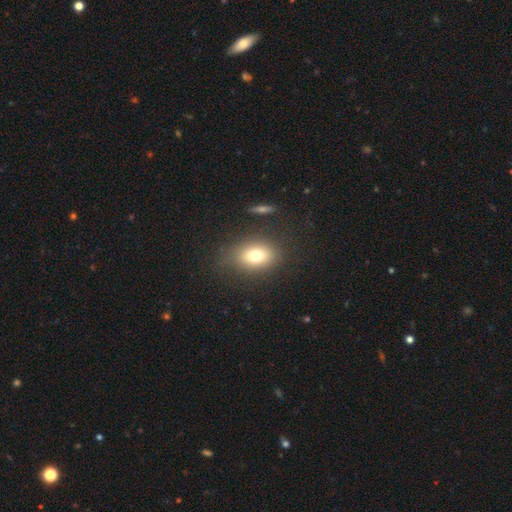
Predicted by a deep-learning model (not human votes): Smooth or featured: smooth — 73% (featured or disk — 15%)
How rounded: in between — 68% (round — 30%)
Merging: none — 76% (minor disturbance — 14%)